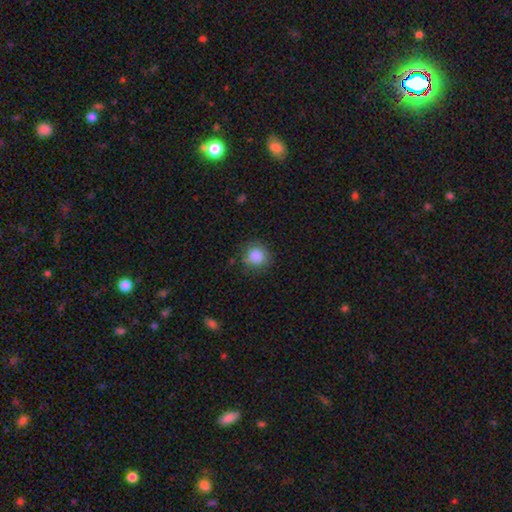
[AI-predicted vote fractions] Overall: smooth (86%). How rounded: round (84%). Merging: none (79%).